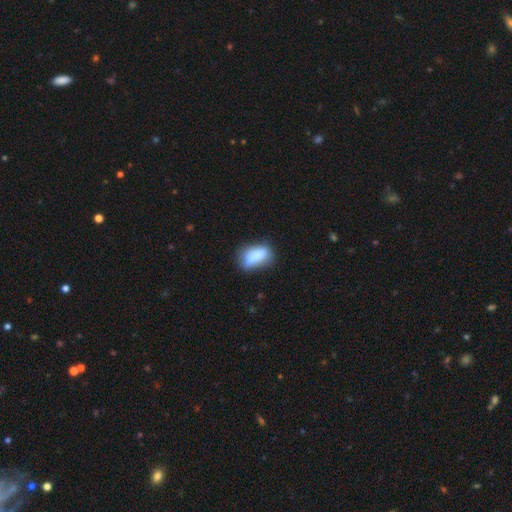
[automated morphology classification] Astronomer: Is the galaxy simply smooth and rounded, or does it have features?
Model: smooth — 78%.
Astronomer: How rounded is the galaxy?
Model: in between — 81%.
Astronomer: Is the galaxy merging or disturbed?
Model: none — 55%.